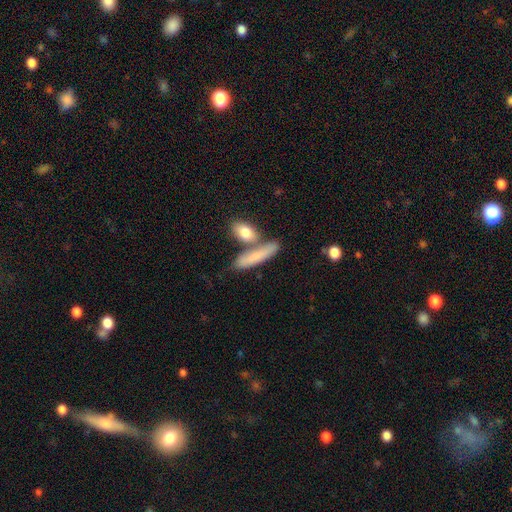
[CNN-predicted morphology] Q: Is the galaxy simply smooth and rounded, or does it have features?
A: smooth — 75%.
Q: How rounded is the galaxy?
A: cigar-shaped — 72%.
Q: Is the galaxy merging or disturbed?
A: none — 62%.